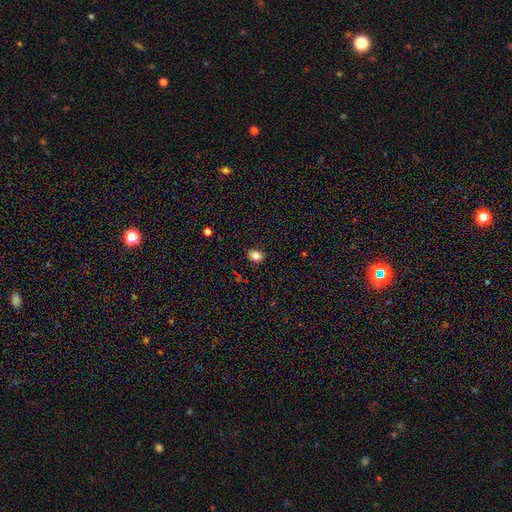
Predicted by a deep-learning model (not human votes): Q: Smooth or featured?
A: smooth (82%); runner-up: star or artifact (11%)
Q: How rounded?
A: in between (62%); runner-up: round (37%)
Q: Merging?
A: none (88%); runner-up: minor disturbance (9%)